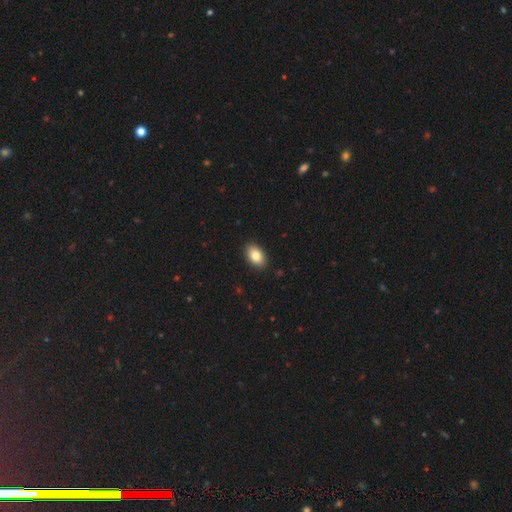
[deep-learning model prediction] Q: Smooth or featured?
A: smooth (83%); runner-up: featured or disk (10%)
Q: How rounded?
A: in between (92%); runner-up: round (7%)
Q: Merging?
A: none (91%); runner-up: minor disturbance (7%)